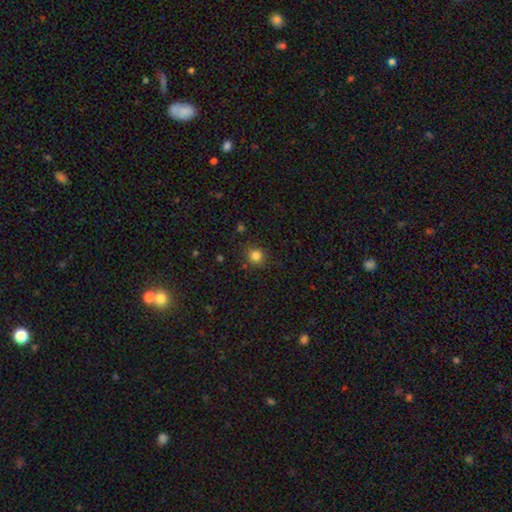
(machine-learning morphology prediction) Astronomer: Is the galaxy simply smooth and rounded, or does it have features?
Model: smooth — 83%.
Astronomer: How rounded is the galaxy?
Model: round — 90%.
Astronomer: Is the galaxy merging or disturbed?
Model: none — 87%.